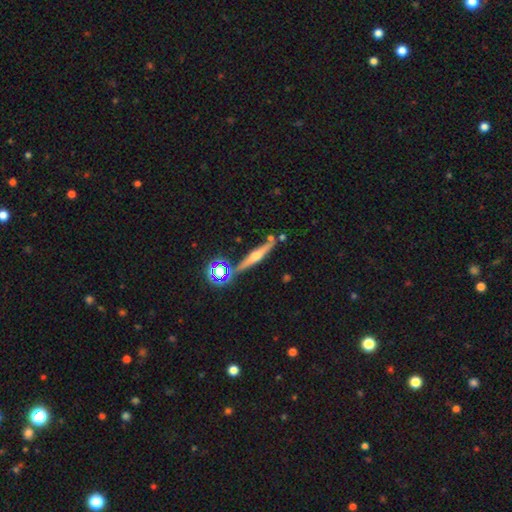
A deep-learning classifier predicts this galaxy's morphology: Q: Smooth or featured?
A: featured or disk (62%); runner-up: smooth (24%)
Q: Edge-on disk?
A: yes (95%); runner-up: no (5%)
Q: Edge-on bulge?
A: rounded (90%); runner-up: boxy (5%)
Q: Merging?
A: none (79%); runner-up: minor disturbance (10%)